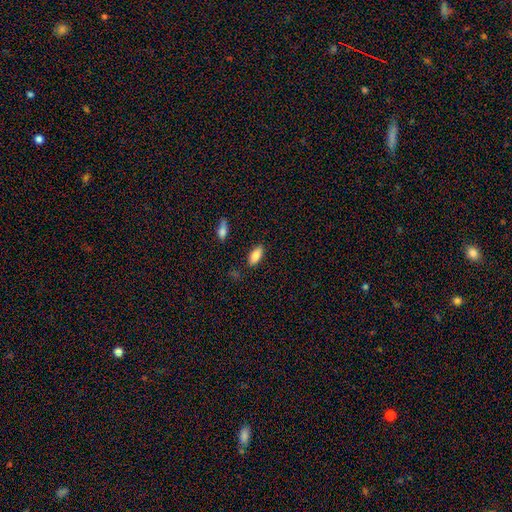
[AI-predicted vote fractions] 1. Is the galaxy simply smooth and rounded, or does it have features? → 86% smooth, 7% star or artifact, 7% featured or disk.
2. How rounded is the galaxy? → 89% in between, 9% cigar-shaped, 2% round.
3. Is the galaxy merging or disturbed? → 86% none, 10% minor disturbance, 2% major disturbance, 2% merger.